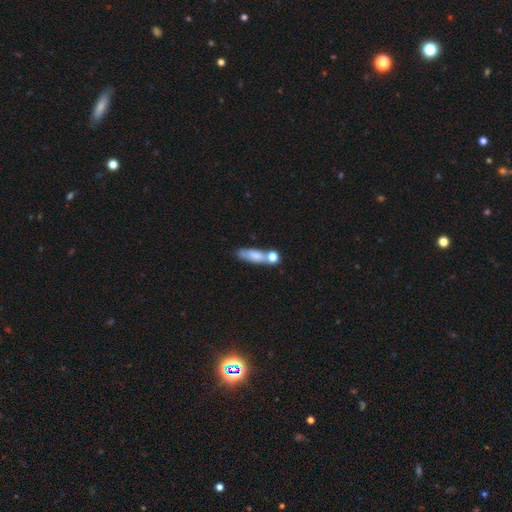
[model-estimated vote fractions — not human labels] A smooth galaxy with no disk features (67%) that is in between round and cigar-shaped (48%). Merging: none (46%).